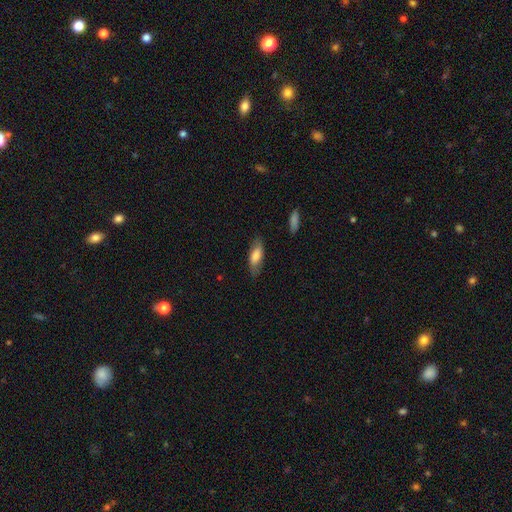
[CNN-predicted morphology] smooth_or_featured: smooth (p=0.76) [alt: featured or disk p=0.18]
how_rounded: in between (p=0.69) [alt: cigar-shaped p=0.29]
merging: none (p=0.78) [alt: minor disturbance p=0.16]